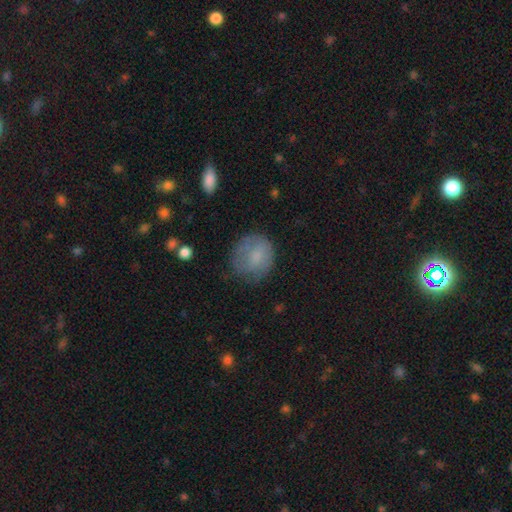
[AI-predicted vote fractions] Smooth or featured: smooth — 75% (featured or disk — 17%)
How rounded: round — 75% (in between — 24%)
Merging: none — 58% (minor disturbance — 27%)